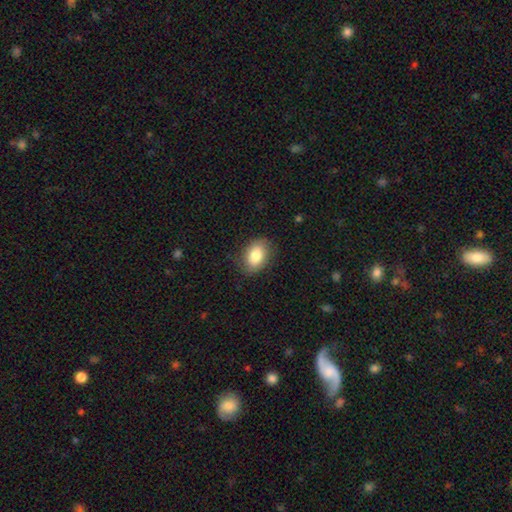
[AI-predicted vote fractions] Morphology: type=smooth (80%); roundness=in between (82%); merging=none (81%).